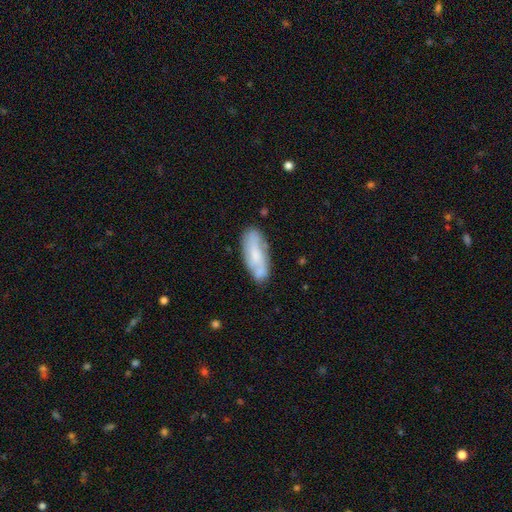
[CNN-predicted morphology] The model was most divided on "smooth or featured": smooth: 50%, featured or disk: 43%, star or artifact: 7%. More confident: merging — none (71%).